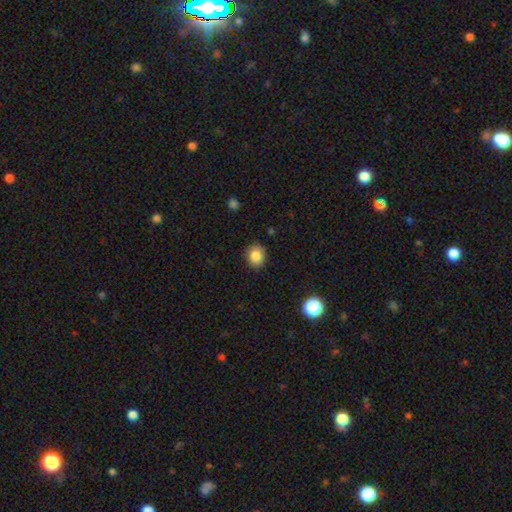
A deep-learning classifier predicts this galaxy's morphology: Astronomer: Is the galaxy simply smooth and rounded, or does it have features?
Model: smooth — 84%.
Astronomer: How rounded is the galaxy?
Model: round — 68%.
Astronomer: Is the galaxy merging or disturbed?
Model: none — 88%.